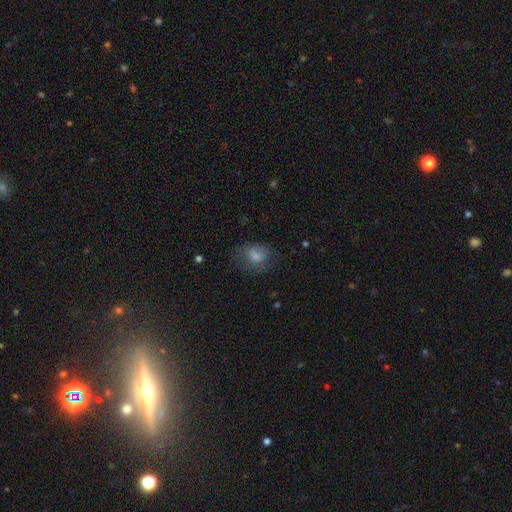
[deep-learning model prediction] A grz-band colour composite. It shows a smooth galaxy with no disk features (63%) that is in between round and cigar-shaped (54%). Merging: none (59%).